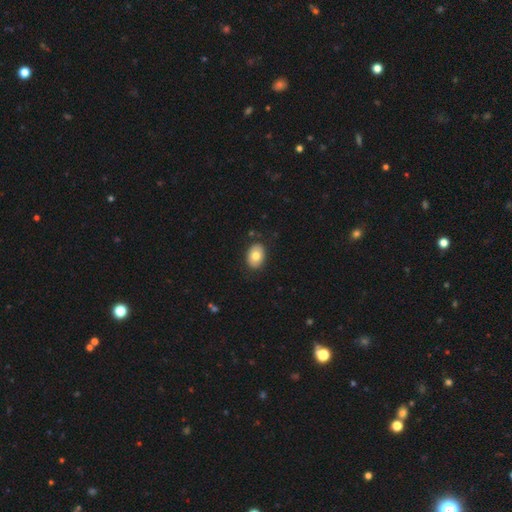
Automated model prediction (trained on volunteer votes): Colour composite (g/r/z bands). It shows a smooth galaxy with no disk features (77%) that is in between round and cigar-shaped (80%). Merging: none (85%).